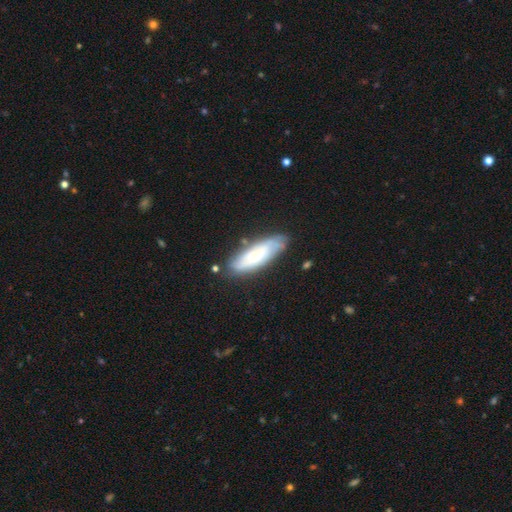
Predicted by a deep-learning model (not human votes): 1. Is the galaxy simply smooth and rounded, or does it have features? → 55% smooth, 38% featured or disk, 7% star or artifact.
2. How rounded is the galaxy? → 53% in between, 46% cigar-shaped, 2% round.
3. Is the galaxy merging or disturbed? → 74% none, 18% minor disturbance, 4% major disturbance, 3% merger.